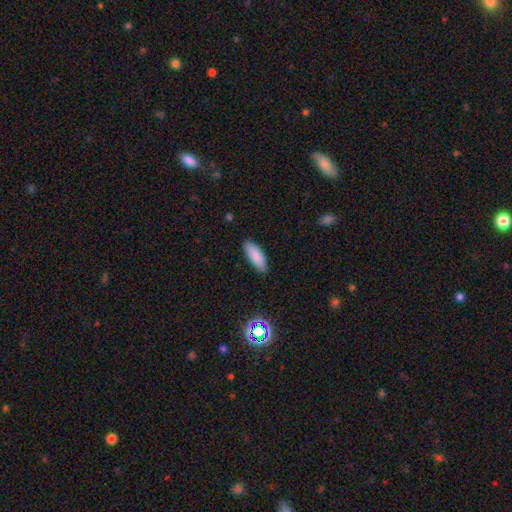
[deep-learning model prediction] A smooth galaxy with no disk features (87%) that is in between round and cigar-shaped (69%).

Vote fractions:
- Smooth or featured? smooth: 87% / star or artifact: 7% / featured or disk: 6%
- How rounded? in between: 69% / cigar-shaped: 30% / round: 2%
- Merging? none: 86% / minor disturbance: 11% / major disturbance: 2% / merger: 1%